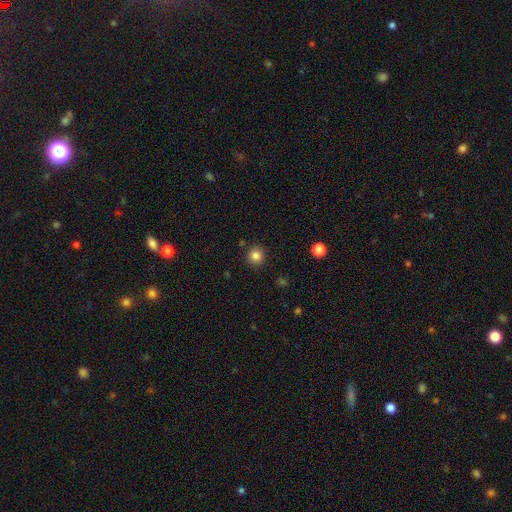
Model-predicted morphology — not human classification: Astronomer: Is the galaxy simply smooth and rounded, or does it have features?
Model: smooth — 84%.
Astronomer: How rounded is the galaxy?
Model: round — 94%.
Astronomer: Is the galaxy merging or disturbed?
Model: none — 90%.